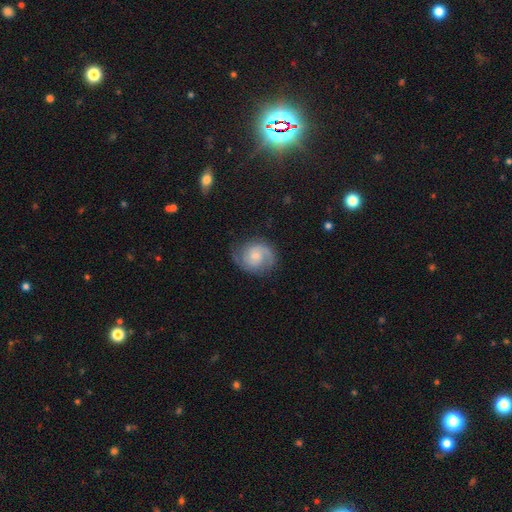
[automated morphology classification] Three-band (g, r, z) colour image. It shows a featured or disk galaxy (77%) with no bar (61%), 2 (79%) medium (45%) spiral arms (96%) and a small central bulge (51%). Merging: none (75%).